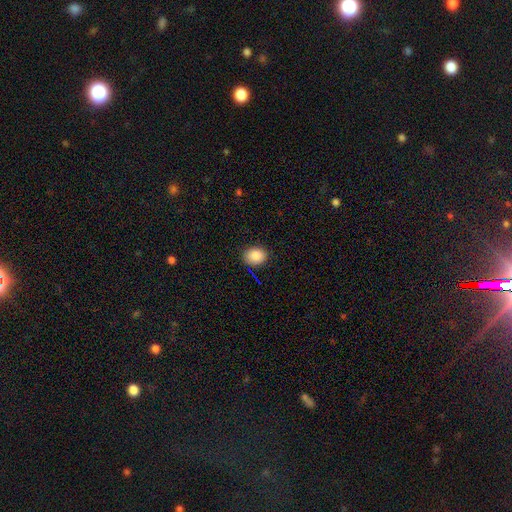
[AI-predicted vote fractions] Overall: smooth (87%). How rounded: in between (50%; round 49%). Merging: none (83%).